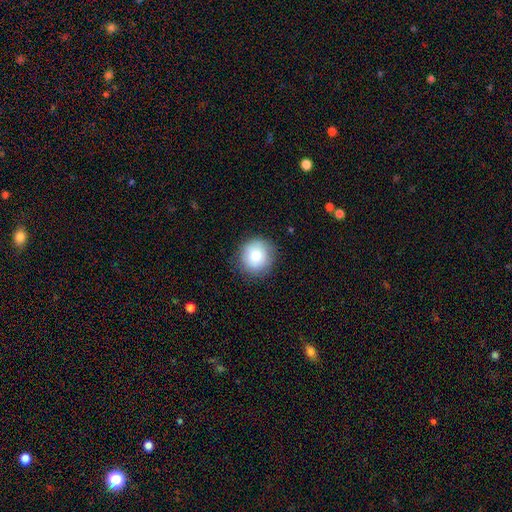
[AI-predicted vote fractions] This appears to be a smooth galaxy with no disk features (83%) that is round (90%). Merging: none (86%).